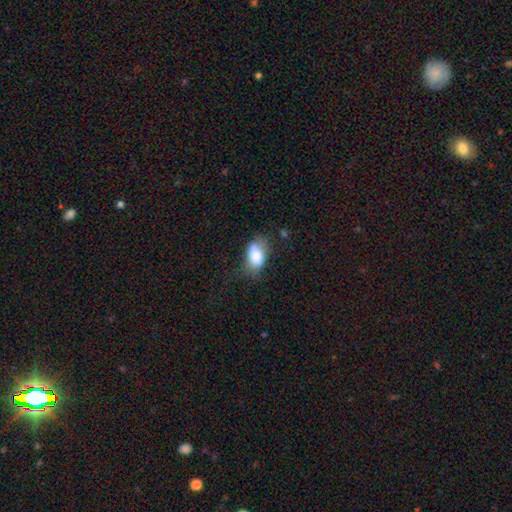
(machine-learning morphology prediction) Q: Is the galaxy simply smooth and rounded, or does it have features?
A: smooth — 77%.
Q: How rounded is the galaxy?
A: in between — 86%.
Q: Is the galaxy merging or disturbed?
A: none — 46%.